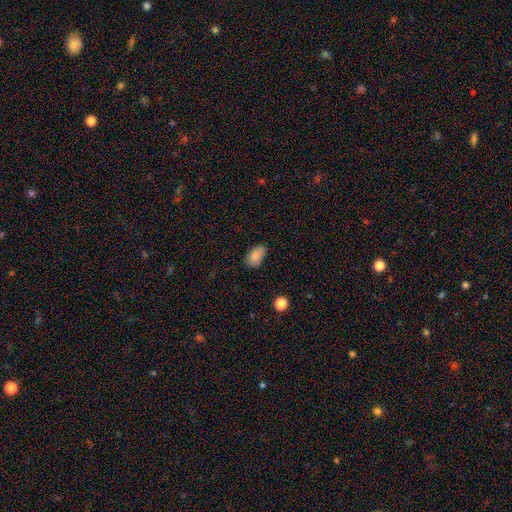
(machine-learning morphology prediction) Overall: smooth (86%). How rounded: in between (91%). Merging: none (70%).